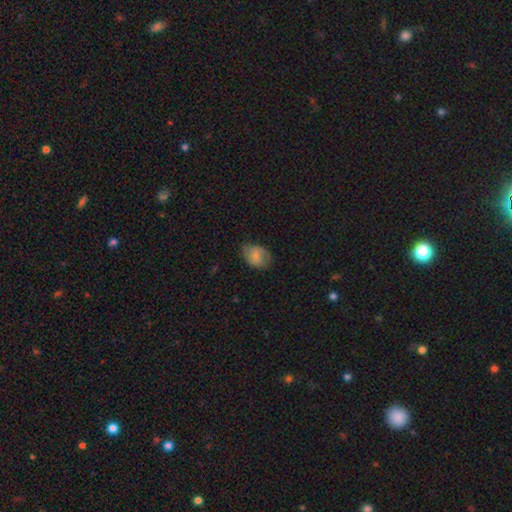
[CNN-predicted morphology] The model was most divided on "smooth or featured": smooth: 62%, featured or disk: 30%, star or artifact: 8%. More confident: how rounded — in between (74%); merging — none (64%).